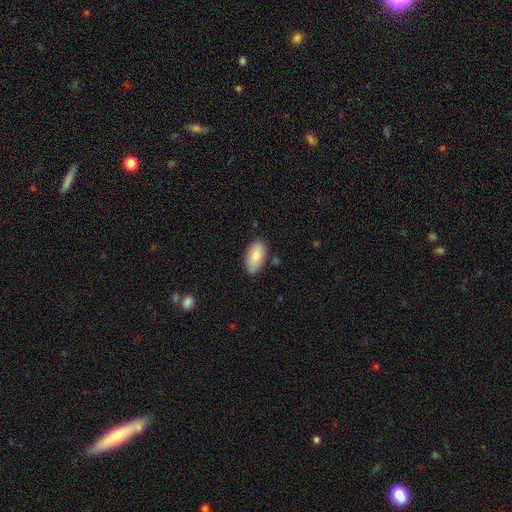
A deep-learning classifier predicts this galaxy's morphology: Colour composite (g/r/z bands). It shows a smooth galaxy with no disk features (81%) that is in between round and cigar-shaped (94%). Merging: none (79%).